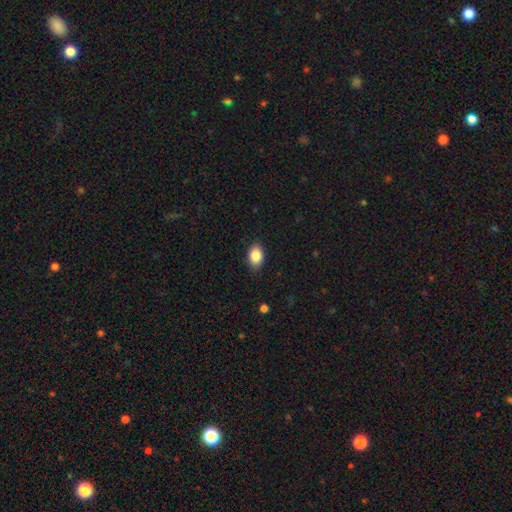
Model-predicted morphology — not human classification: smooth-or-featured: smooth: 87% | star or artifact: 8% | featured or disk: 5%
  how-rounded: in between: 85% | round: 13% | cigar-shaped: 1%
  merging: none: 86% | minor disturbance: 11% | major disturbance: 2% | merger: 1%